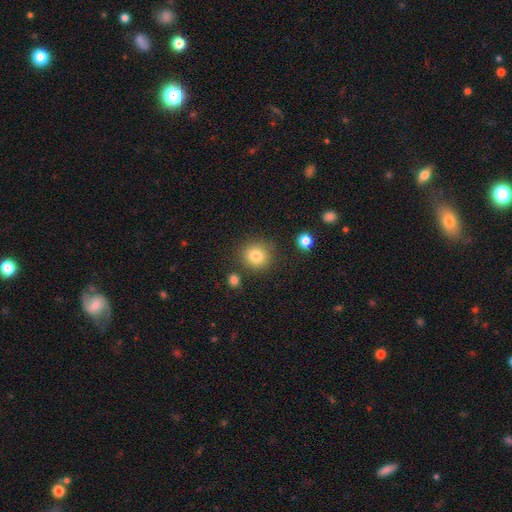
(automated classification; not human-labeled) The model was most divided on "smooth or featured": smooth: 82%, star or artifact: 11%, featured or disk: 7%. More confident: how rounded — round (89%); merging — none (81%).